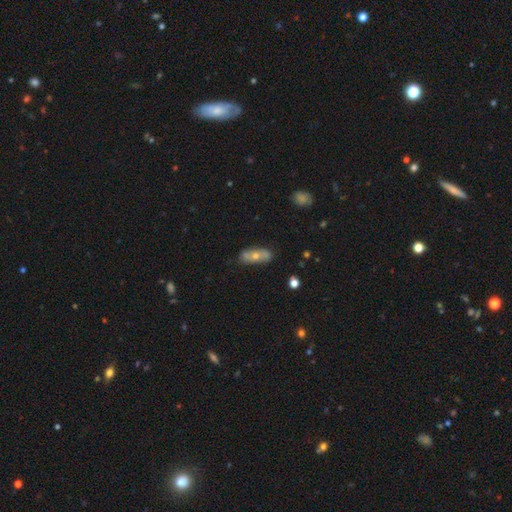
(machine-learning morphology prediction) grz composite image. It shows a smooth galaxy with no disk features (52%) that is in between round and cigar-shaped (71%). Merging: none (75%).